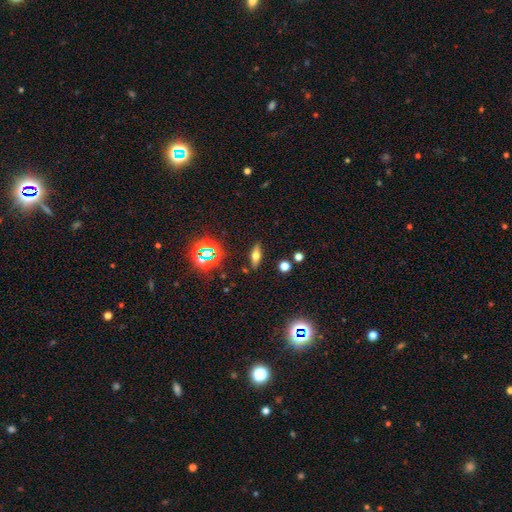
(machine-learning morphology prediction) Smooth or featured? Predicted: smooth (p=0.45). Merging? Predicted: none (p=0.86).